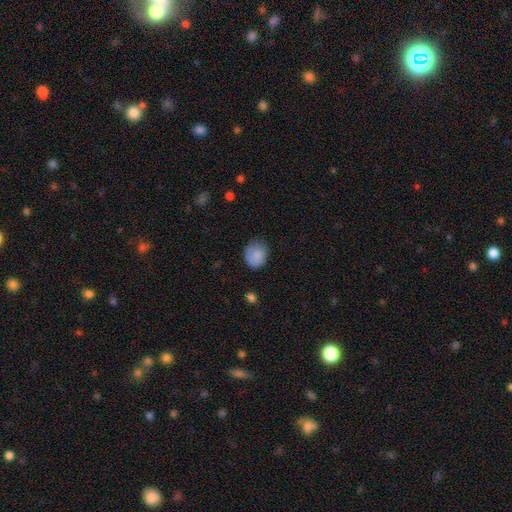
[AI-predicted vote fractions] The model was most divided on "how rounded": round: 66%, in between: 33%, cigar-shaped: 1%. More confident: smooth or featured — smooth (80%); merging — none (67%).